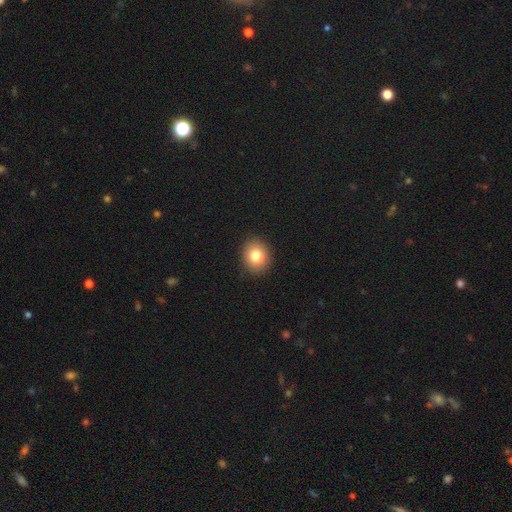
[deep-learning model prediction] Morphology: type=smooth (81%); roundness=round (63%); merging=none (90%).